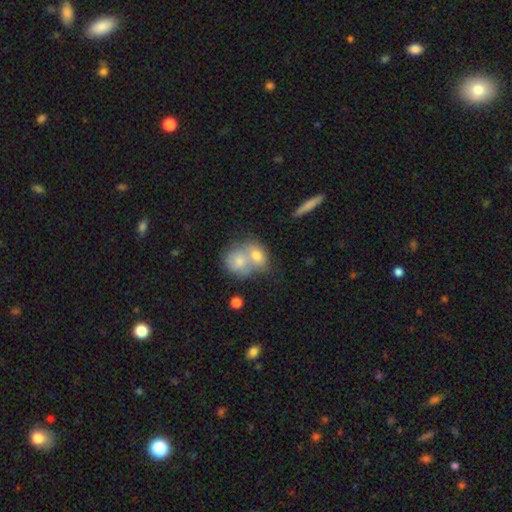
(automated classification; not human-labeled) Smooth or featured? Predicted: smooth (p=0.61). How rounded? Predicted: round (p=0.63). Merging? Predicted: merger (p=0.61).